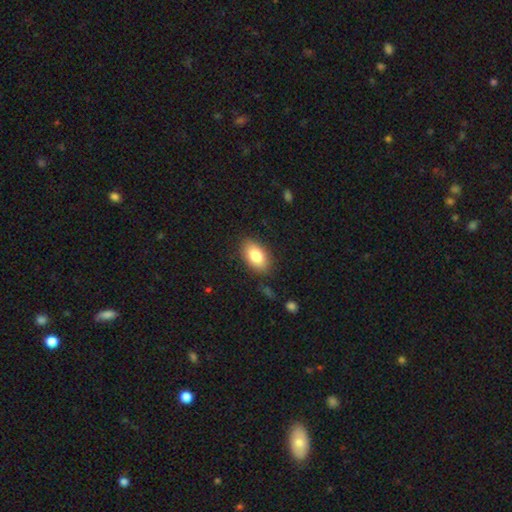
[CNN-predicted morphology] smooth 83%, featured or disk 10%, star or artifact 7%. Down the decision tree: how rounded — in between (93%); merging — none (86%).